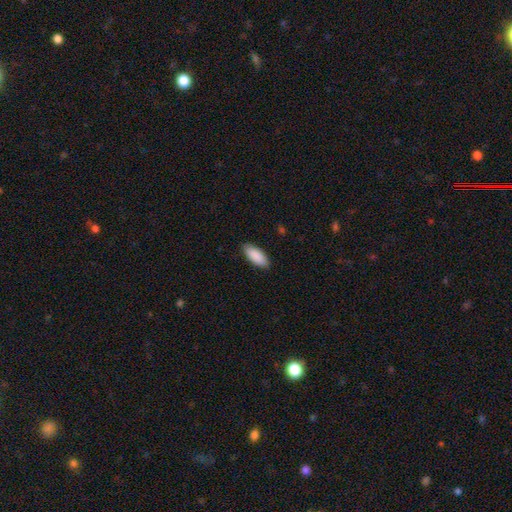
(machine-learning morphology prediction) The model was most divided on "how rounded": in between: 86%, cigar-shaped: 12%, round: 2%. More confident: smooth or featured — smooth (91%); merging — none (88%).